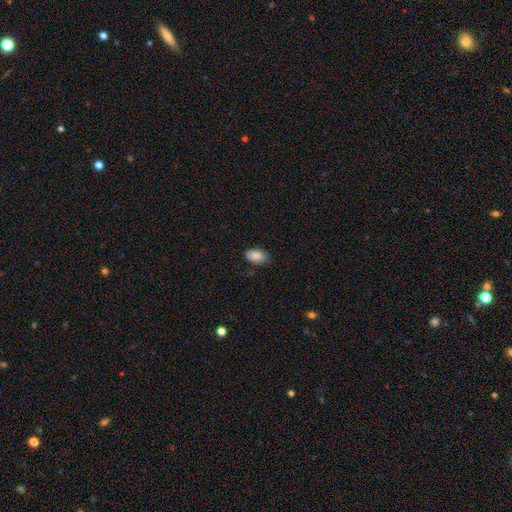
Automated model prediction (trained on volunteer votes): This appears to be a smooth galaxy with no disk features (86%) that is in between round and cigar-shaped (92%). Merging: none (77%).